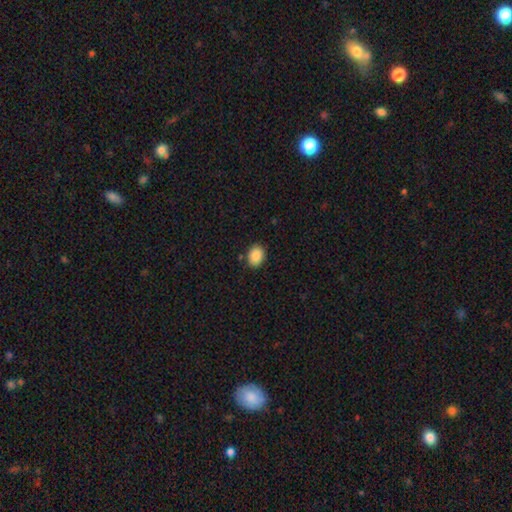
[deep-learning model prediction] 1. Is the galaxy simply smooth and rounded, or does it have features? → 88% smooth, 8% star or artifact, 4% featured or disk.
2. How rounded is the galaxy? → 63% in between, 36% round, 1% cigar-shaped.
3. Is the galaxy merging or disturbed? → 84% none, 11% minor disturbance, 2% major disturbance, 2% merger.